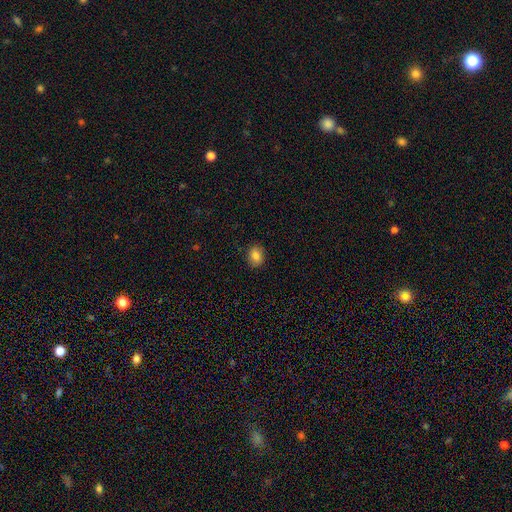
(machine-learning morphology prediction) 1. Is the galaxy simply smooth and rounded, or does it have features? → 84% smooth, 10% star or artifact, 7% featured or disk.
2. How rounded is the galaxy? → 51% in between, 48% round, 1% cigar-shaped.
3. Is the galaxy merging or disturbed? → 88% none, 9% minor disturbance, 2% major disturbance, 1% merger.